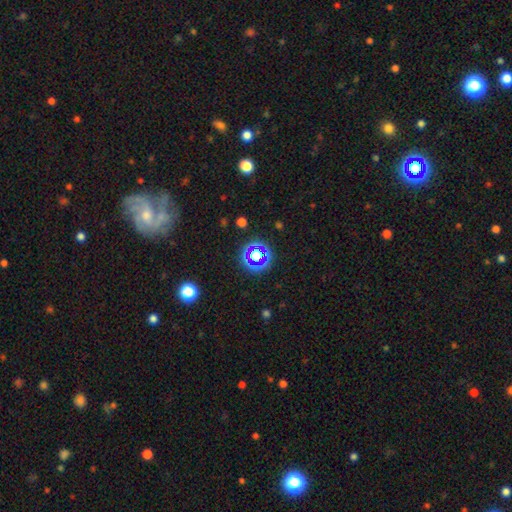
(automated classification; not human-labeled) smooth-or-featured: star or artifact: 61% | smooth: 27% | featured or disk: 12%